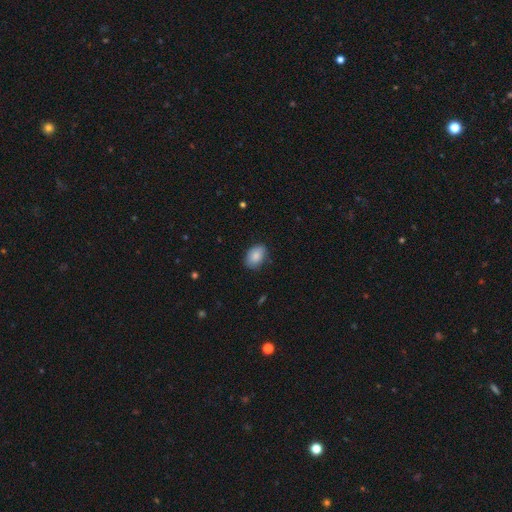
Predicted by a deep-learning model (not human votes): Overall: smooth (86%). How rounded: in between (85%). Merging: none (80%).